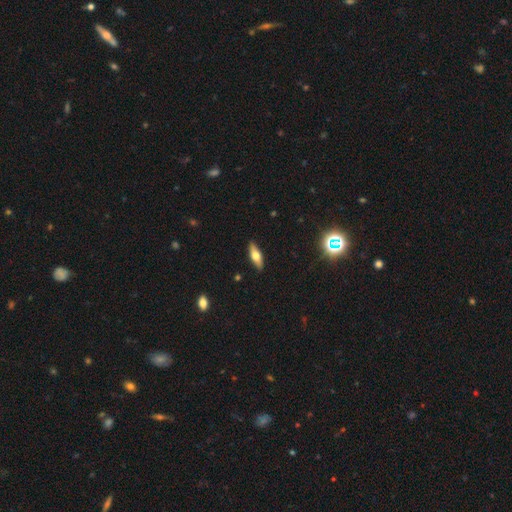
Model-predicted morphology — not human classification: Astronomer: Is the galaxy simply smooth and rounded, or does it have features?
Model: smooth — 54% (runner-up: featured or disk, 39%).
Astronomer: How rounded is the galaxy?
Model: in between — 56% (runner-up: cigar-shaped, 41%).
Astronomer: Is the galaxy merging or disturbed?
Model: none — 88%.